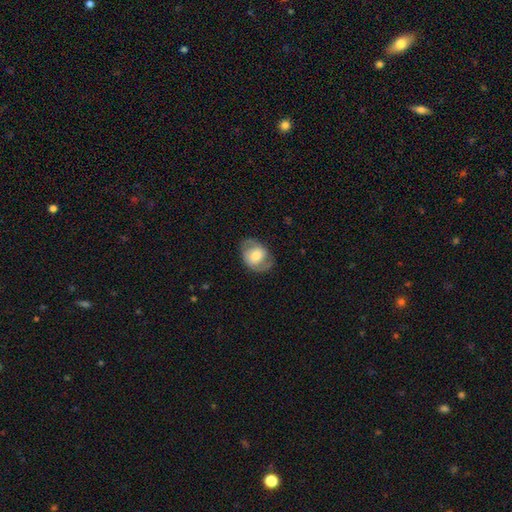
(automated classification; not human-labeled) Smooth or featured?
  - featured or disk: 49% *
  - smooth: 44%
  - star or artifact: 7%
Merging?
  - none: 72% *
  - minor disturbance: 17%
  - major disturbance: 10%
  - merger: 1%